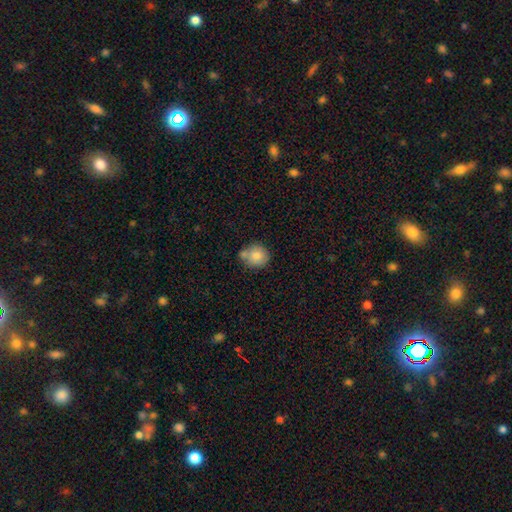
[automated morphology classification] smooth 82%, featured or disk 10%, star or artifact 8%. Down the decision tree: how rounded — round (79%); merging — none (54%).